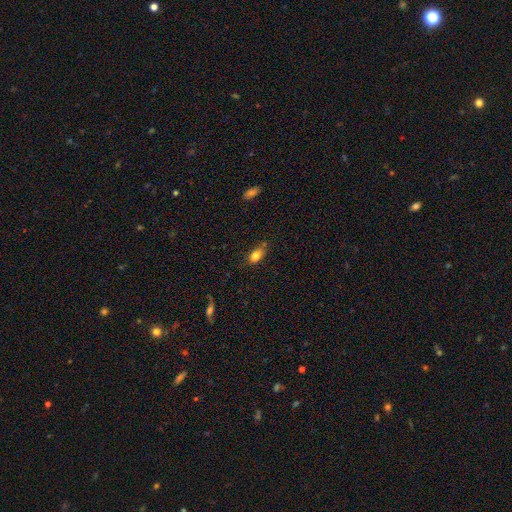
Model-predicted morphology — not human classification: Overall: smooth (82%). How rounded: in between (83%). Merging: none (62%; minor disturbance 27%).